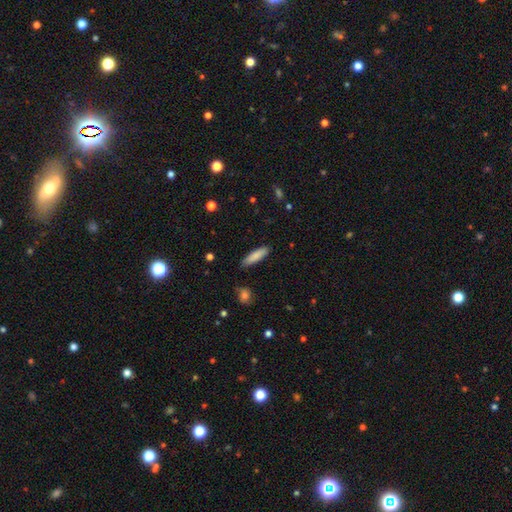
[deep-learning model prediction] A smooth galaxy with no disk features (84%) that is cigar-shaped (73%).

Vote fractions:
- Smooth or featured? smooth: 84% / featured or disk: 9% / star or artifact: 6%
- How rounded? cigar-shaped: 73% / in between: 26% / round: 1%
- Merging? none: 87% / minor disturbance: 10% / major disturbance: 2% / merger: 1%